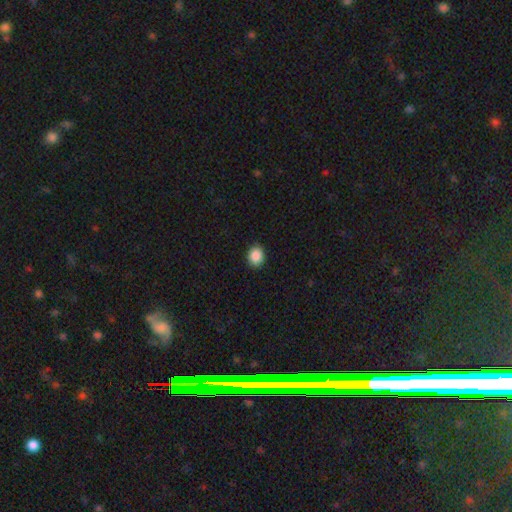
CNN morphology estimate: This appears to be a smooth galaxy with no disk features (89%) that is round (64%). Merging: none (89%).